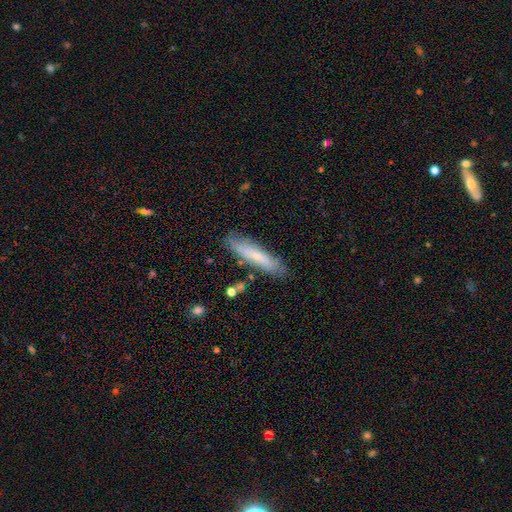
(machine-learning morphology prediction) type=smooth (62%); roundness=cigar-shaped (85%); merging=none (80%).